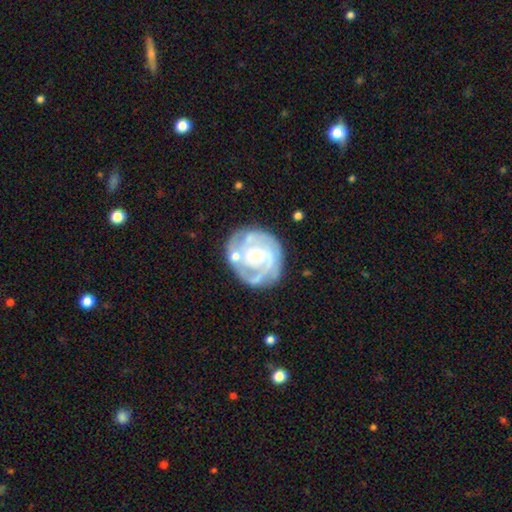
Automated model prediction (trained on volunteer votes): featured or disk 85%, smooth 10%, star or artifact 5%. Down the decision tree: edge-on disk — no (98%); bar — no (52%); spiral arms — yes (94%); spiral arm count — 3 (30%); spiral winding — tight (65%); bulge size — small (53%); merging — none (71%).